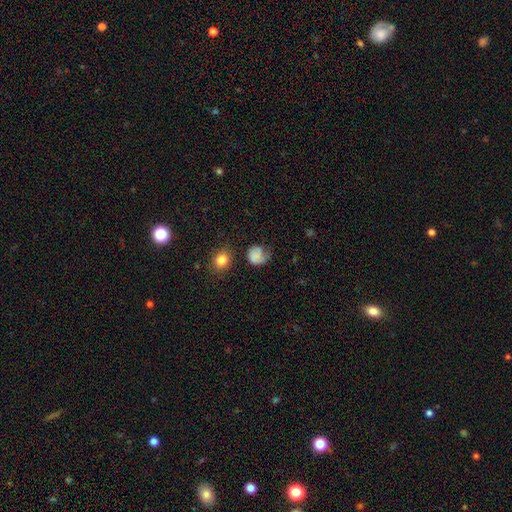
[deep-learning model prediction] Q: Smooth or featured?
A: smooth (71%); runner-up: featured or disk (19%)
Q: How rounded?
A: round (67%); runner-up: in between (32%)
Q: Merging?
A: none (40%); runner-up: minor disturbance (30%)